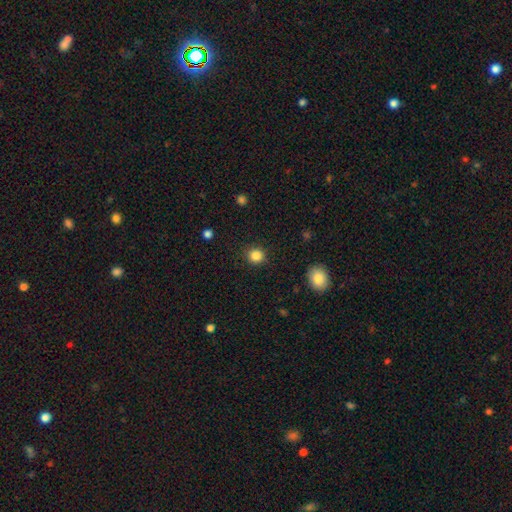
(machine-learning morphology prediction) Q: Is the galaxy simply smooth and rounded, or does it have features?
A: smooth — 85%.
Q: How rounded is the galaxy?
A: round — 88%.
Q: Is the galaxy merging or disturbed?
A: none — 90%.